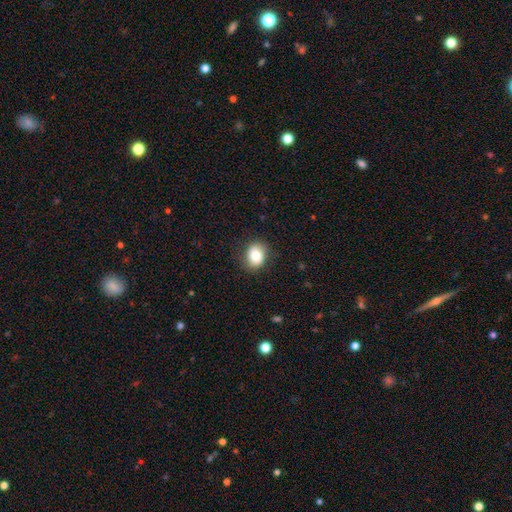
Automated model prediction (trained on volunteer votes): Q: Smooth or featured?
A: smooth (80%); runner-up: featured or disk (12%)
Q: How rounded?
A: in between (53%); runner-up: round (46%)
Q: Merging?
A: none (83%); runner-up: minor disturbance (12%)